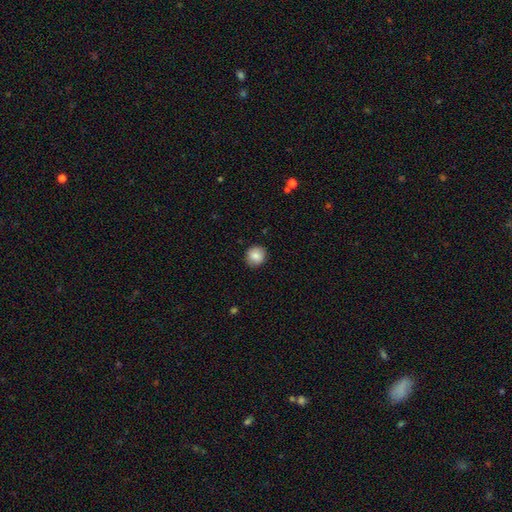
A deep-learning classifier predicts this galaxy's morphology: smooth_or_featured: smooth (p=0.84) [alt: star or artifact p=0.08]
how_rounded: round (p=0.89) [alt: in between p=0.10]
merging: none (p=0.89) [alt: minor disturbance p=0.08]